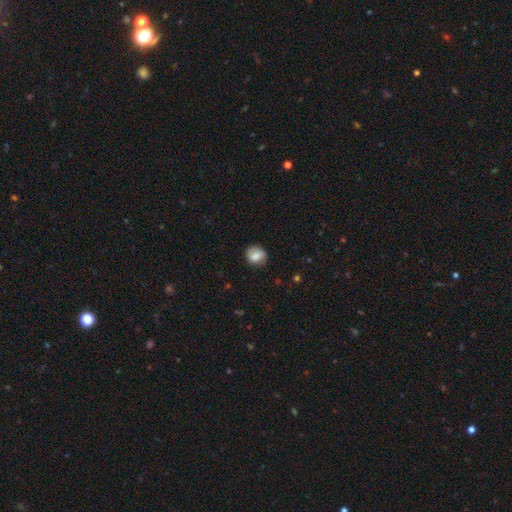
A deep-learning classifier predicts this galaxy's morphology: This is likely a smooth galaxy (76%). How rounded: likely round (75%). Merging: likely none (79%).